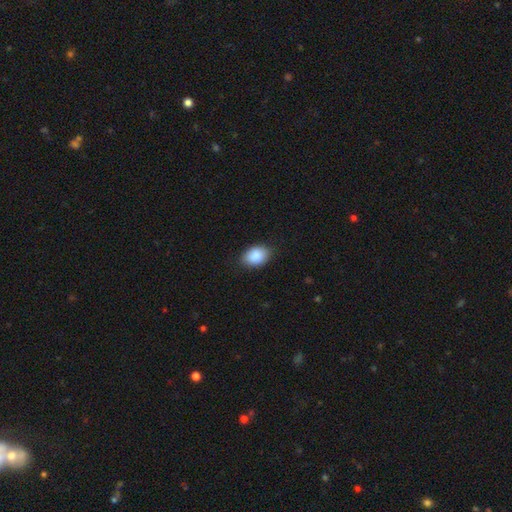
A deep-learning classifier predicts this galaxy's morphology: smooth-or-featured: smooth: 89% | star or artifact: 7% | featured or disk: 4%
  how-rounded: in between: 83% | round: 16% | cigar-shaped: 1%
  merging: none: 85% | minor disturbance: 12% | major disturbance: 2% | merger: 1%